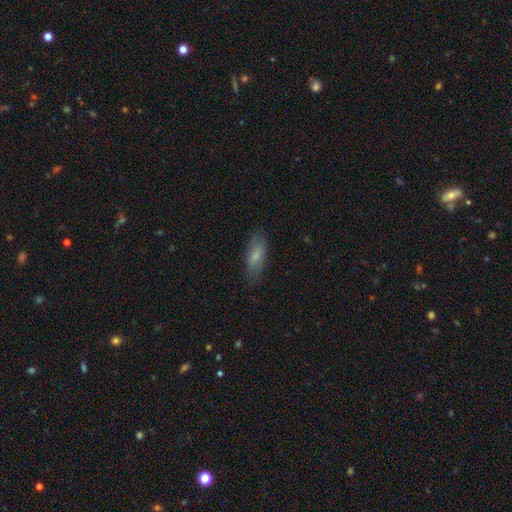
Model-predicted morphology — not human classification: This appears to be a smooth galaxy with no disk features (74%) that is in between round and cigar-shaped (69%). Merging: none (80%).